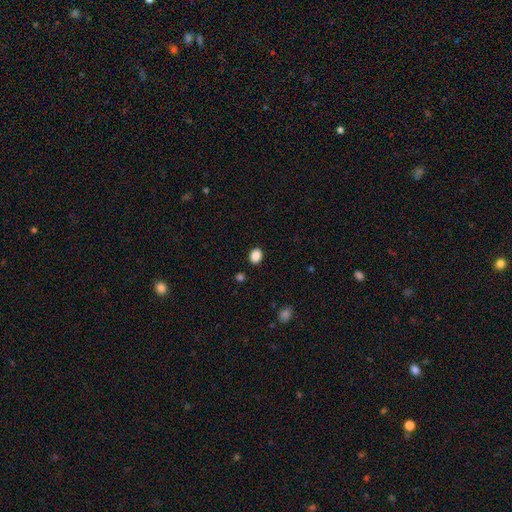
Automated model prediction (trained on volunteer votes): Morphology: type=smooth (88%); roundness=in between (58%); merging=none (89%).